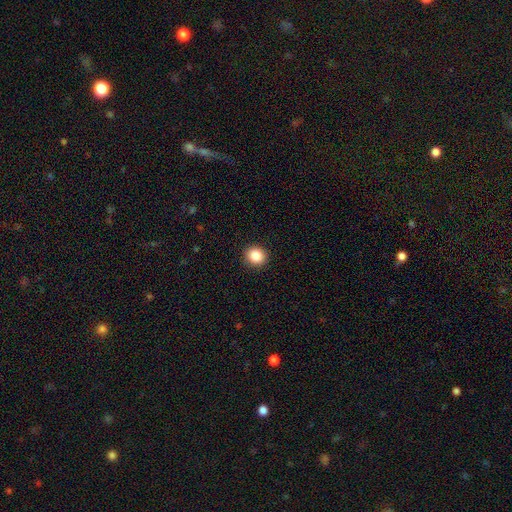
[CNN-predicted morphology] The model was most divided on "how rounded": round: 87%, in between: 12%, cigar-shaped: 1%. More confident: merging — none (92%); smooth or featured — smooth (86%).